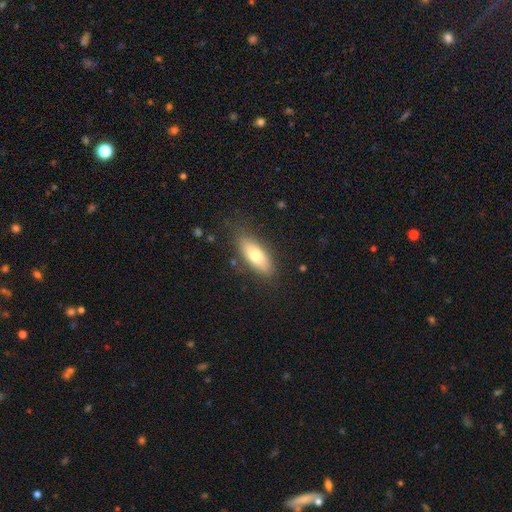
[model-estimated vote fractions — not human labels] Q: Smooth or featured?
A: smooth (72%); runner-up: featured or disk (22%)
Q: How rounded?
A: in between (74%); runner-up: cigar-shaped (24%)
Q: Merging?
A: none (82%); runner-up: minor disturbance (13%)